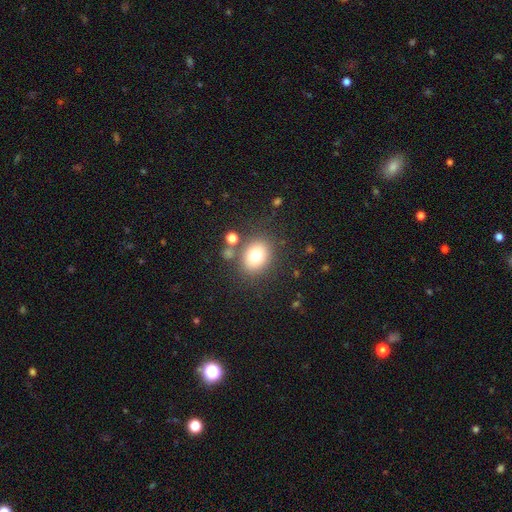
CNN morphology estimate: smooth_or_featured: smooth (p=0.75) [alt: featured or disk p=0.12]
how_rounded: round (p=0.50) [alt: in between p=0.49]
merging: none (p=0.77) [alt: minor disturbance p=0.11]